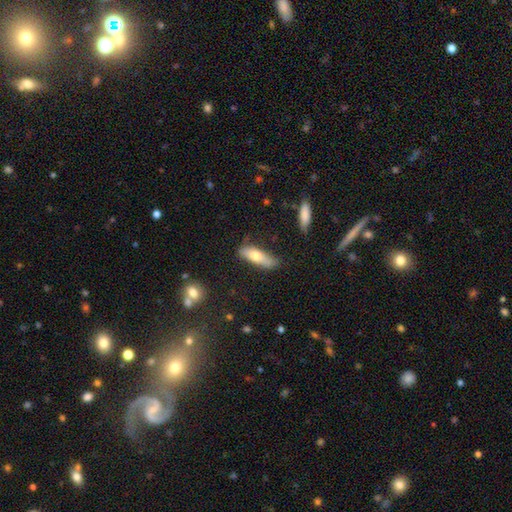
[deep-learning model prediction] Morphology: type=smooth (68%); roundness=cigar-shaped (52%); merging=none (69%).